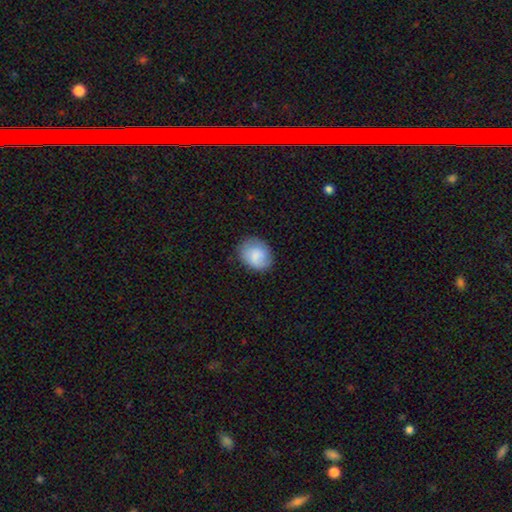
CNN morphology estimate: Smooth or featured? smooth (82%)
How rounded? in between (50%)
Merging? none (78%)